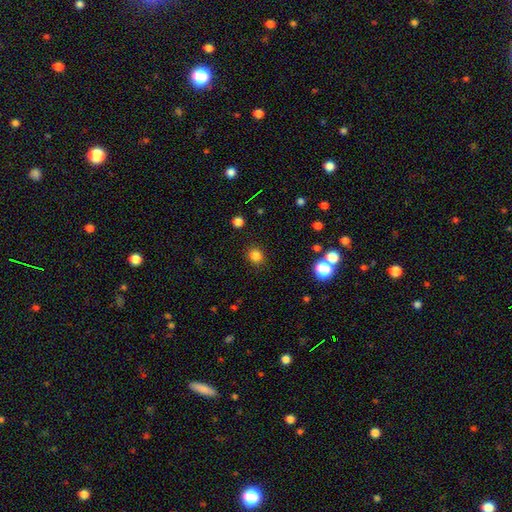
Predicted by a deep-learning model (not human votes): Smooth or featured? smooth (81%)
How rounded? round (82%)
Merging? none (89%)